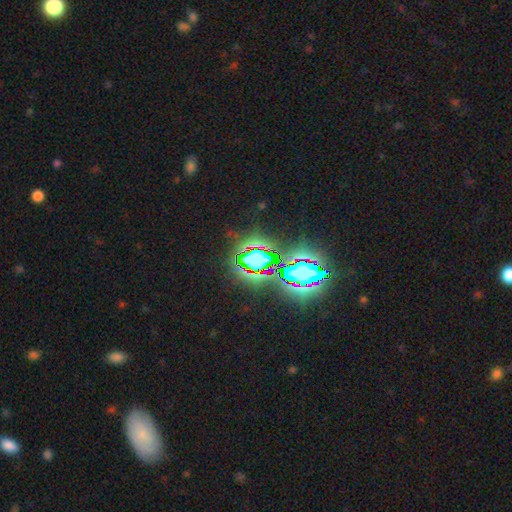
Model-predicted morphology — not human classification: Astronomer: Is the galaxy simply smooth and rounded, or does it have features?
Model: star or artifact — 80%.